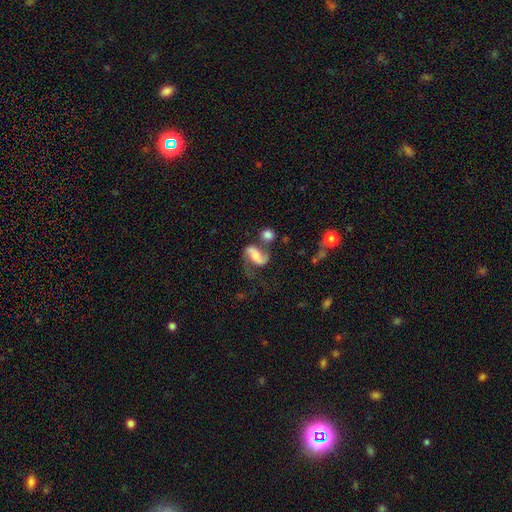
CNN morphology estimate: Smooth or featured: featured or disk — 73% (smooth — 19%)
Edge-on disk: no — 97% (yes — 3%)
Bar: no — 36% (weak — 35%)
Spiral arms: yes — 92% (no — 8%)
Spiral winding: loose — 54% (medium — 35%)
Spiral arm count: 2 — 88% (1 — 6%)
Bulge size: moderate — 42% (small — 31%)
Merging: none — 42% (major disturbance — 21%)